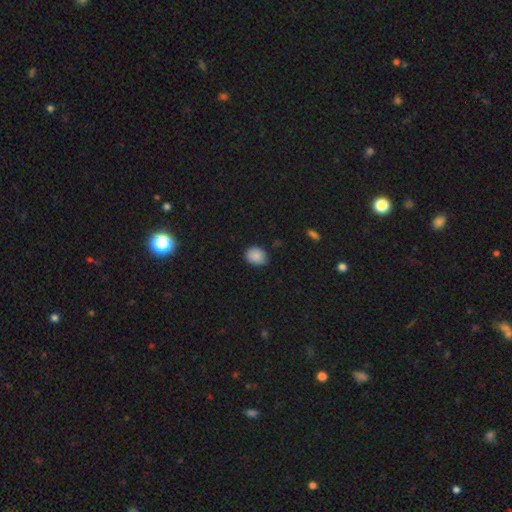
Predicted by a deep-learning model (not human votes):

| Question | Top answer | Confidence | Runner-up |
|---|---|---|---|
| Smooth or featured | smooth | 88% | star or artifact (8%) |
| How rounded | round | 52% | in between (47%) |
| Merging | none | 80% | minor disturbance (17%) |